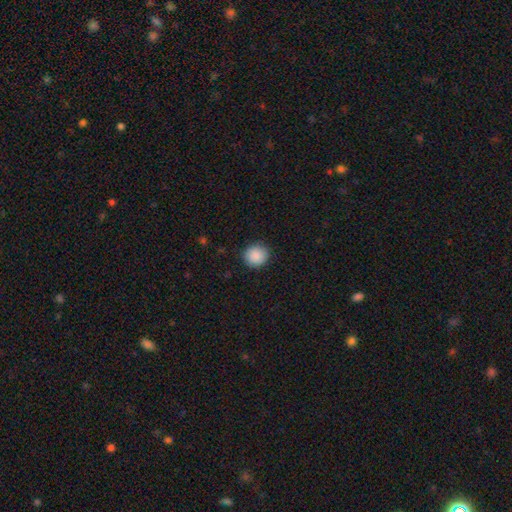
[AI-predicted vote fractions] smooth-or-featured: smooth: 89% | star or artifact: 8% | featured or disk: 3%
  how-rounded: round: 89% | in between: 10% | cigar-shaped: 1%
  merging: none: 88% | minor disturbance: 9% | major disturbance: 2% | merger: 1%